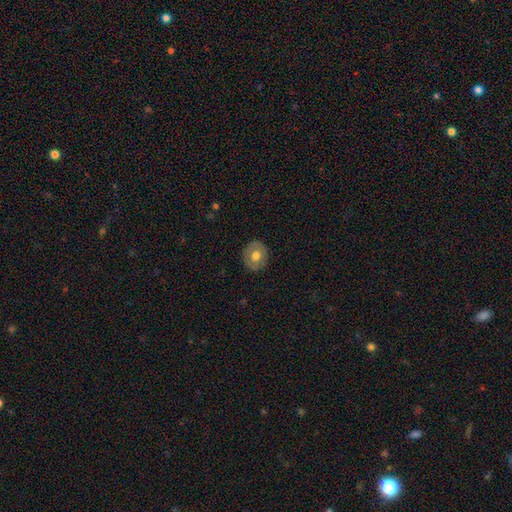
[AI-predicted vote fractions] Q: Smooth or featured?
A: smooth (64%); runner-up: featured or disk (29%)
Q: How rounded?
A: round (80%); runner-up: in between (19%)
Q: Merging?
A: none (87%); runner-up: minor disturbance (9%)